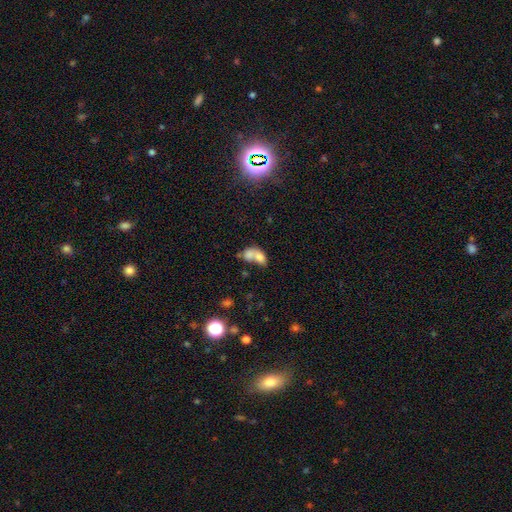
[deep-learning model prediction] Overall: smooth (72%). How rounded: in between (76%). Merging: merger (73%).